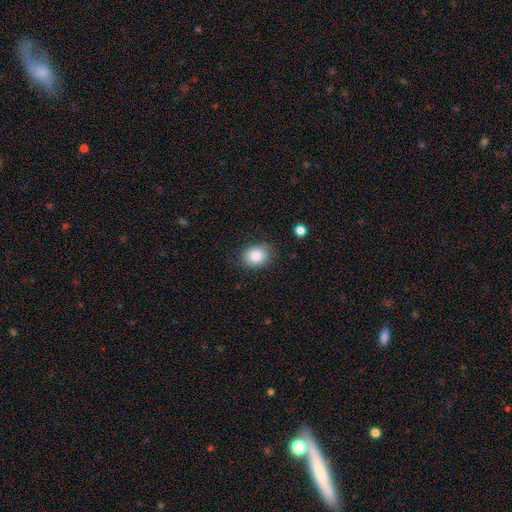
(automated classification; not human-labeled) The model was most divided on "how rounded": in between: 51%, round: 48%, cigar-shaped: 1%. More confident: smooth or featured — smooth (86%); merging — none (81%).